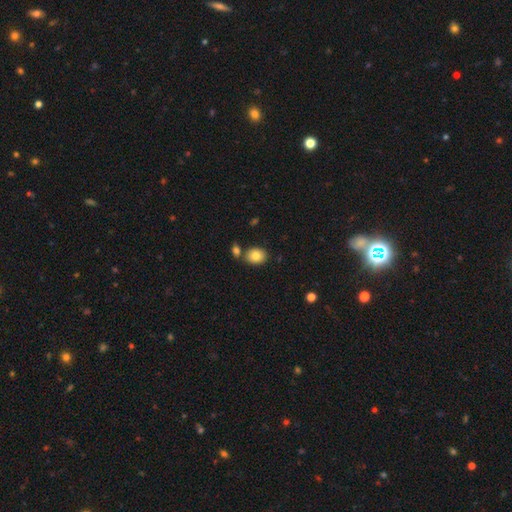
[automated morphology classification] A smooth galaxy with no disk features (83%) that is in between round and cigar-shaped (57%).

Vote fractions:
- Smooth or featured? smooth: 83% / star or artifact: 9% / featured or disk: 8%
- How rounded? in between: 57% / round: 42% / cigar-shaped: 1%
- Merging? none: 72% / merger: 16% / minor disturbance: 10% / major disturbance: 3%